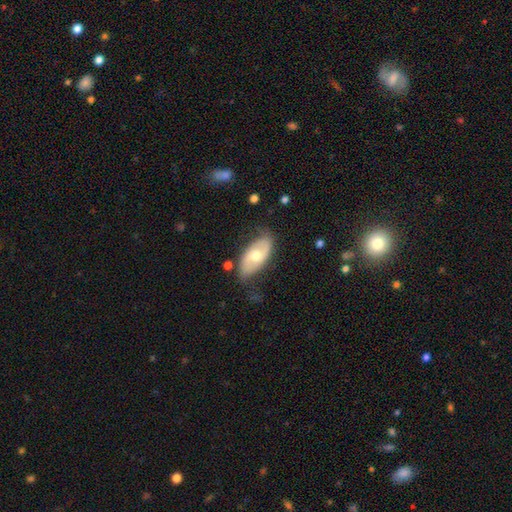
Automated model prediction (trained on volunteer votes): smooth-or-featured: featured or disk: 51% | smooth: 44% | star or artifact: 5%
  disk-edge-on: no: 89% | yes: 11%
  merging: none: 69% | minor disturbance: 23% | major disturbance: 6% | merger: 2%